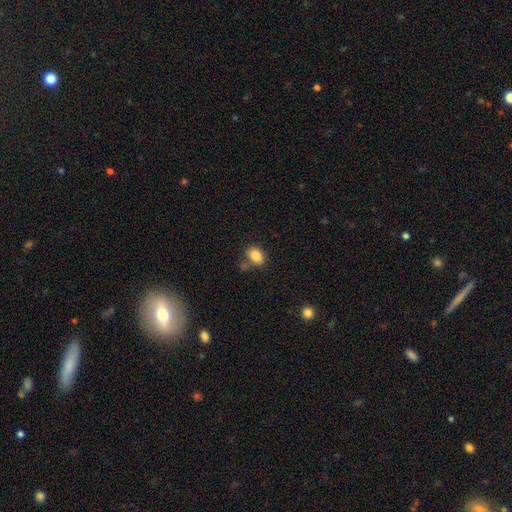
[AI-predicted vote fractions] A smooth galaxy with no disk features (85%) that is in between round and cigar-shaped (73%).

Vote fractions:
- Smooth or featured? smooth: 85% / star or artifact: 9% / featured or disk: 6%
- How rounded? in between: 73% / round: 26% / cigar-shaped: 1%
- Merging? none: 61% / minor disturbance: 18% / merger: 15% / major disturbance: 6%